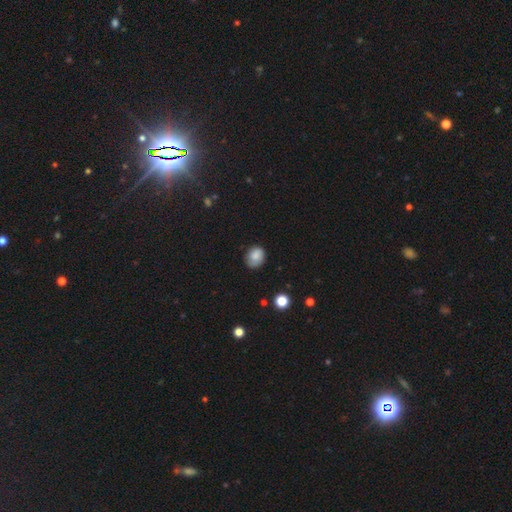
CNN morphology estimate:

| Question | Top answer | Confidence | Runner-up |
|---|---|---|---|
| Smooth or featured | smooth | 81% | featured or disk (10%) |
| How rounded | round | 55% | in between (44%) |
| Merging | none | 72% | minor disturbance (22%) |